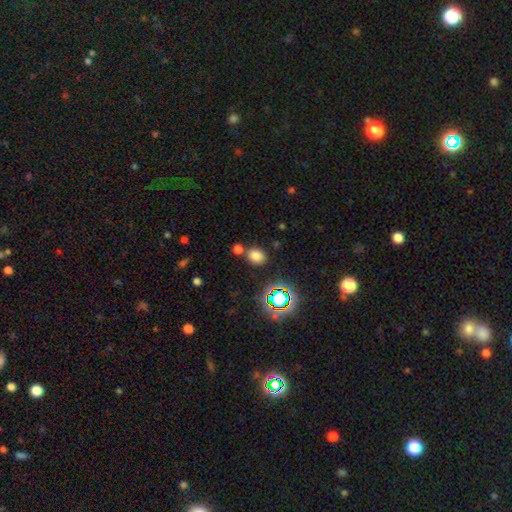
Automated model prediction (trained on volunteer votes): This is likely a smooth galaxy (75%). How rounded: possibly round (53%). Merging: likely none (71%).